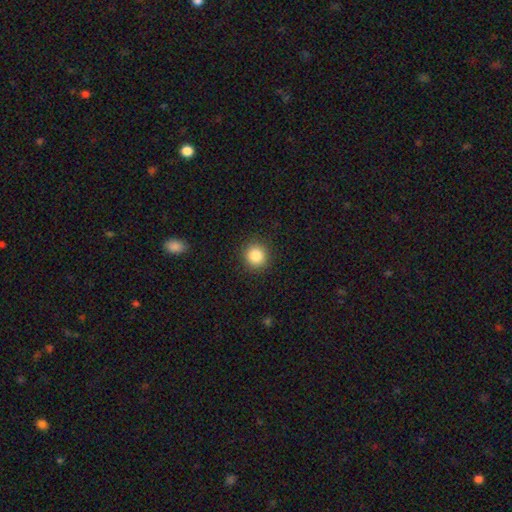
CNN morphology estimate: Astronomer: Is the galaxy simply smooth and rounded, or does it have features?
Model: smooth — 86%.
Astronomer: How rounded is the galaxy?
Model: round — 91%.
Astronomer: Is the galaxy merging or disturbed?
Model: none — 91%.